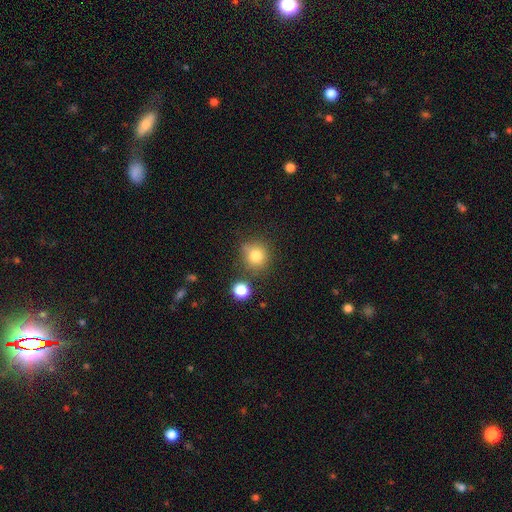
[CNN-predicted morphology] The model was most divided on "merging": none: 70%, minor disturbance: 15%, merger: 10%, major disturbance: 5%. More confident: how rounded — round (89%); smooth or featured — smooth (79%).